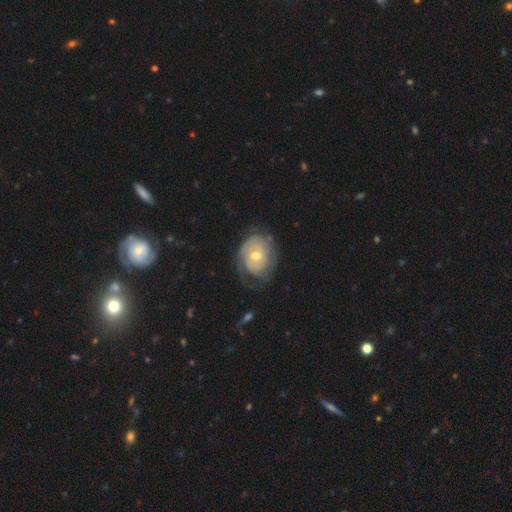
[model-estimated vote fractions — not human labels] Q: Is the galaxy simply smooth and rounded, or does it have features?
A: featured or disk — 72%.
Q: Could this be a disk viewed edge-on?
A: no — 97%.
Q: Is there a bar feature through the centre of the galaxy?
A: no — 74%.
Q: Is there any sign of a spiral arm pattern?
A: yes — 84%.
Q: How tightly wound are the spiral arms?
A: tight — 69%.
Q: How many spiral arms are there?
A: can't tell — 46%.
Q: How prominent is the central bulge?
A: moderate — 56%.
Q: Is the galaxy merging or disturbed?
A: none — 61%.